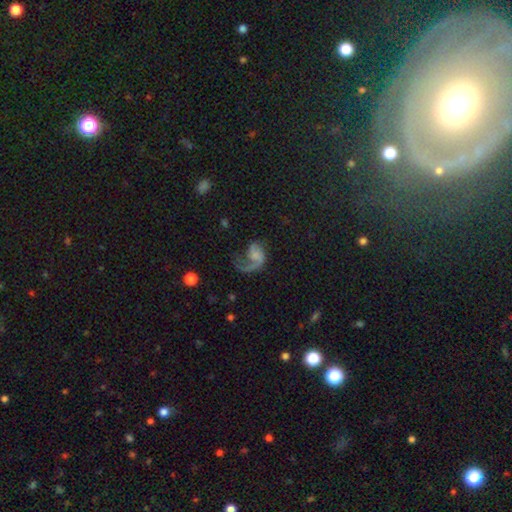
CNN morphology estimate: Smooth or featured: featured or disk — 70% (smooth — 21%)
Edge-on disk: no — 98% (yes — 2%)
Bar: no — 65% (weak — 29%)
Spiral arms: yes — 88% (no — 12%)
Spiral winding: loose — 63% (medium — 28%)
Spiral arm count: 1 — 70% (2 — 24%)
Bulge size: none — 44% (small — 31%)
Merging: major disturbance — 48% (none — 32%)